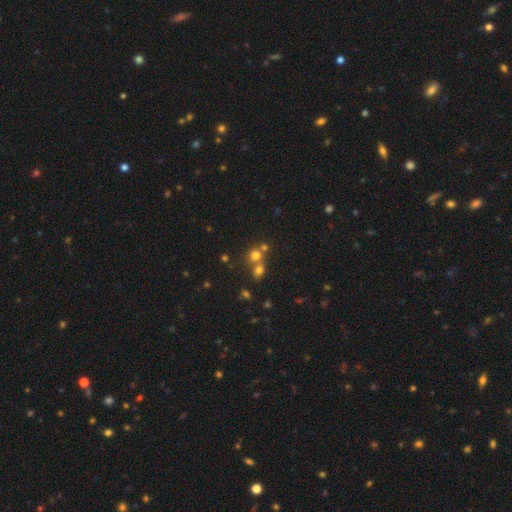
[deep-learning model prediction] smooth-or-featured: smooth: 66% | star or artifact: 22% | featured or disk: 12%
  how-rounded: round: 81% | in between: 17% | cigar-shaped: 1%
  merging: none: 45% (tied) | merger: 45% (tied) | minor disturbance: 7% | major disturbance: 3%